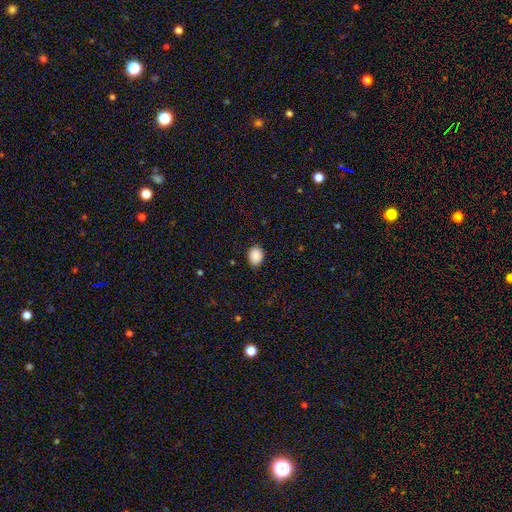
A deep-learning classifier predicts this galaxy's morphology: A smooth galaxy with no disk features (89%) that is in between round and cigar-shaped (63%).

Vote fractions:
- Smooth or featured? smooth: 89% / star or artifact: 8% / featured or disk: 3%
- How rounded? in between: 63% / round: 36% / cigar-shaped: 1%
- Merging? none: 84% / minor disturbance: 13% / major disturbance: 2% / merger: 1%